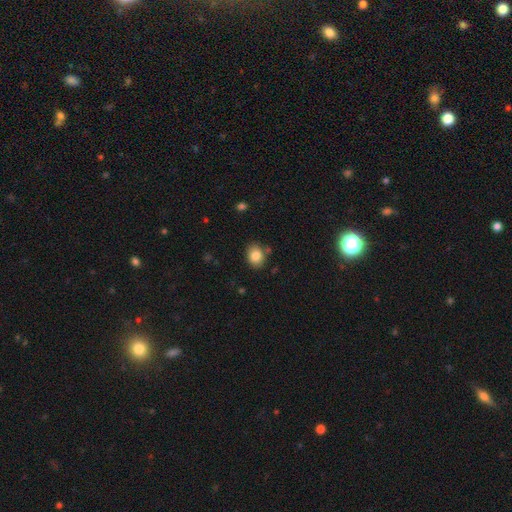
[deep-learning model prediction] Smooth or featured: smooth — 83% (star or artifact — 9%)
How rounded: in between — 52% (round — 47%)
Merging: none — 81% (minor disturbance — 12%)